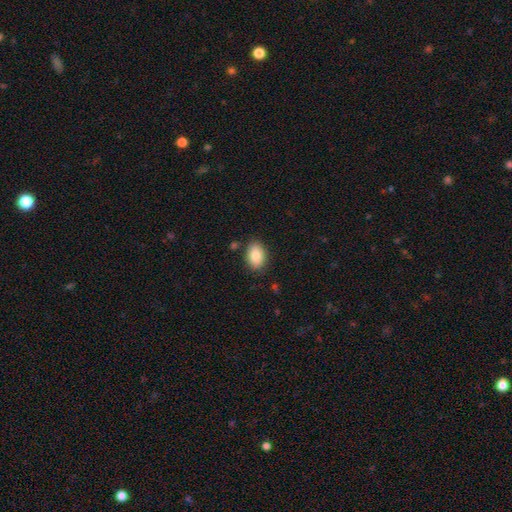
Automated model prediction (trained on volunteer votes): Smooth or featured: smooth — 87% (star or artifact — 7%)
How rounded: in between — 85% (round — 14%)
Merging: none — 83% (minor disturbance — 12%)